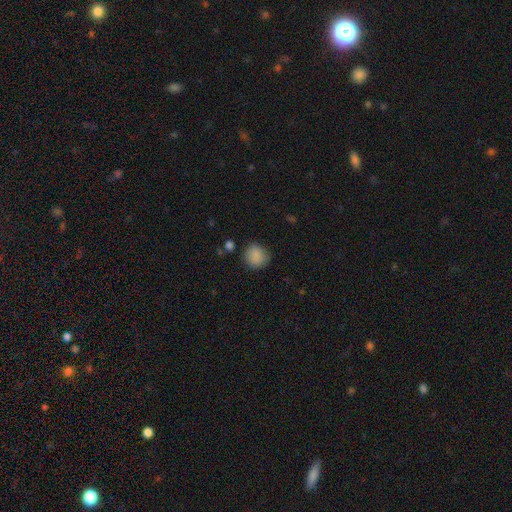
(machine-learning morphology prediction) This appears to be a smooth galaxy with no disk features (87%) that is round (86%). Merging: none (80%).